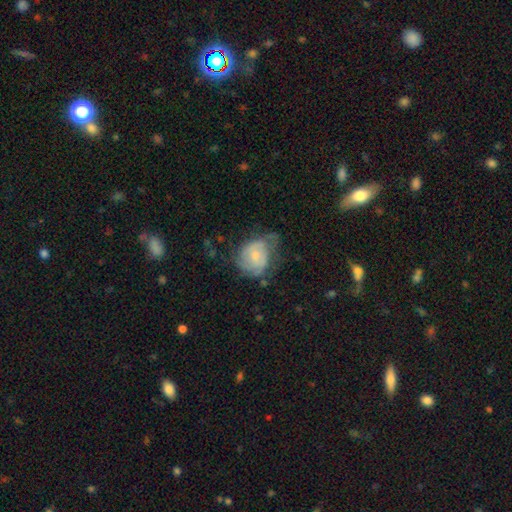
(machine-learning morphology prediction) A smooth galaxy with no disk features (47%).

Vote fractions:
- Smooth or featured? smooth: 47% / featured or disk: 45% / star or artifact: 7%
- Merging? none: 36% (tied) / minor disturbance: 36% (tied) / major disturbance: 25% / merger: 3%